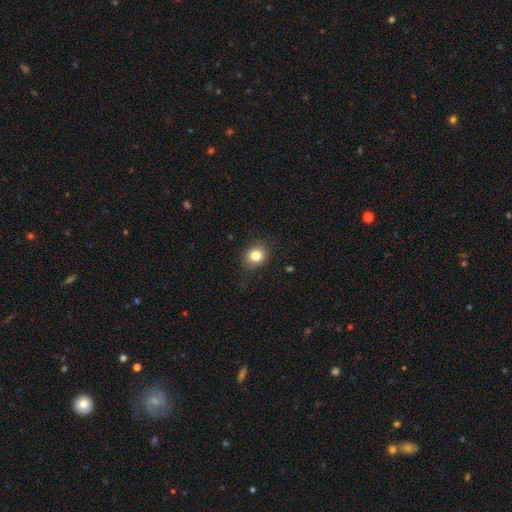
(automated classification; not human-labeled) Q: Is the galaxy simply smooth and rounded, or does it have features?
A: smooth — 82%.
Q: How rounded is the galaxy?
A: round — 71%.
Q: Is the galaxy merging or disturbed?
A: none — 87%.